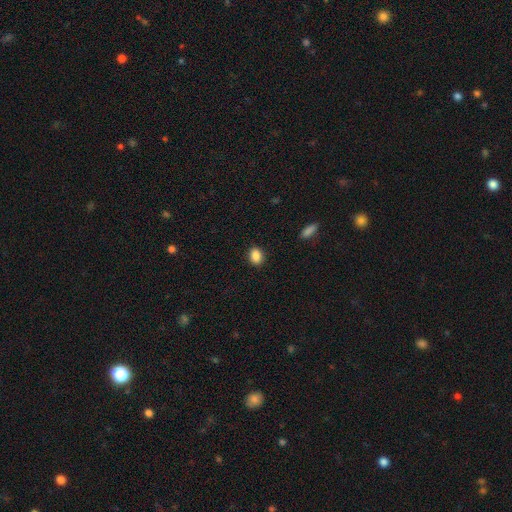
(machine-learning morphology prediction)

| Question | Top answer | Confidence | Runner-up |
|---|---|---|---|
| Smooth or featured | smooth | 88% | star or artifact (9%) |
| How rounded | in between | 65% | round (34%) |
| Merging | none | 89% | minor disturbance (8%) |